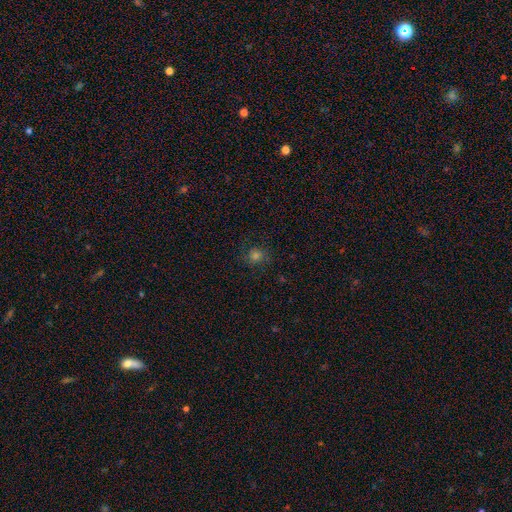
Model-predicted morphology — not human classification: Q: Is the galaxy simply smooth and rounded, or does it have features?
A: smooth — 62%.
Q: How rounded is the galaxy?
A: round — 82%.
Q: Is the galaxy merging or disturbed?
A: none — 80%.